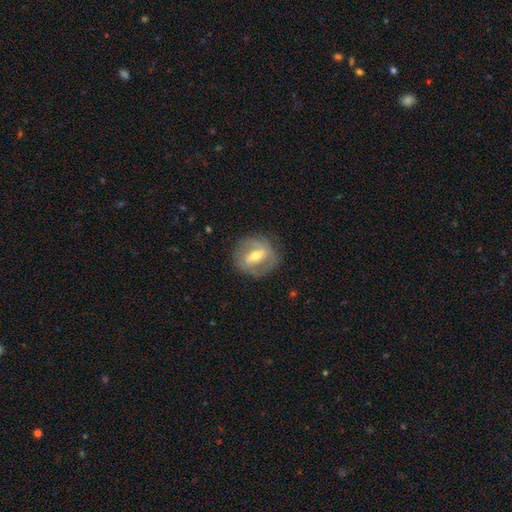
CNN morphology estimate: Q: Smooth or featured?
A: featured or disk (68%); runner-up: smooth (25%)
Q: Edge-on disk?
A: no (92%); runner-up: yes (8%)
Q: Bar?
A: strong (47%); runner-up: weak (38%)
Q: Spiral arms?
A: yes (68%); runner-up: no (32%)
Q: Bulge size?
A: moderate (66%); runner-up: small (26%)
Q: Merging?
A: none (77%); runner-up: minor disturbance (15%)